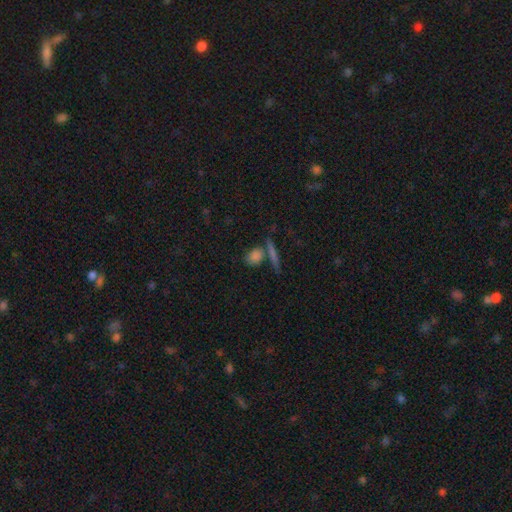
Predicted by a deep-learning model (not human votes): Smooth or featured? smooth (80%)
How rounded? in between (48%)
Merging? none (62%)